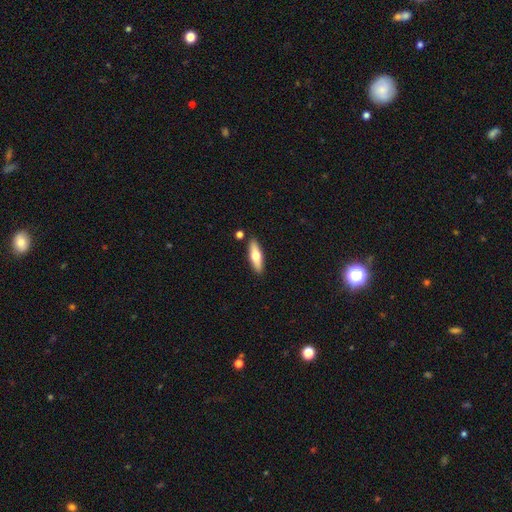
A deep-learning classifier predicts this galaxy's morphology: A smooth galaxy with no disk features (56%) that is cigar-shaped (56%). Merging: none (87%).